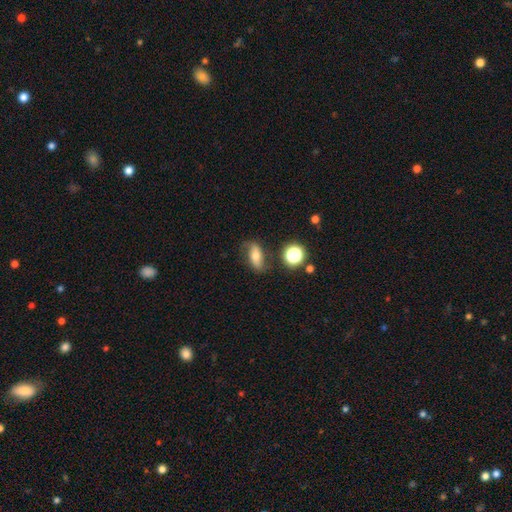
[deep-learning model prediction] This is possibly a smooth galaxy (47%). Merging: likely none (70%).